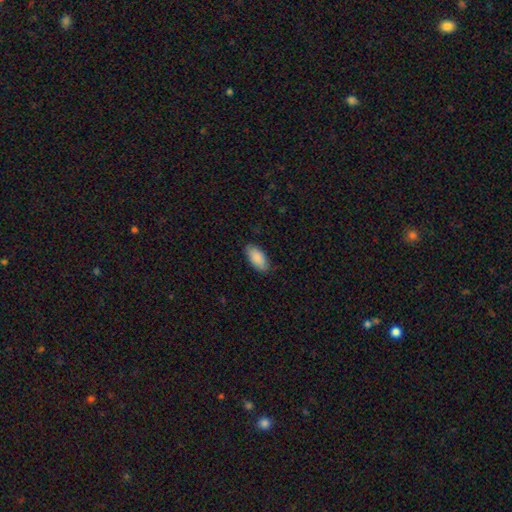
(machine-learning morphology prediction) Smooth or featured? Predicted: smooth (p=0.89). How rounded? Predicted: in between (p=0.92). Merging? Predicted: none (p=0.82).